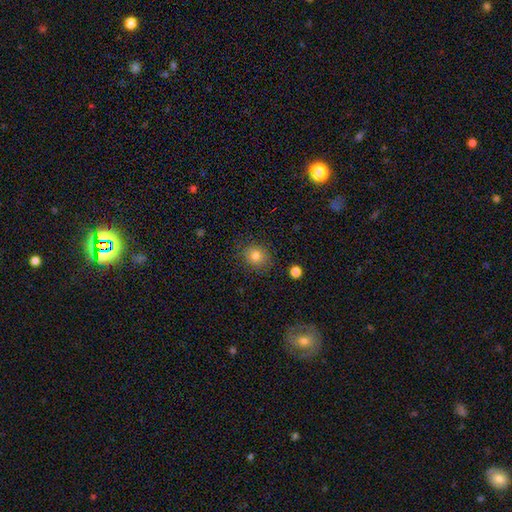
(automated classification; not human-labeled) Q: Smooth or featured?
A: smooth (80%); runner-up: star or artifact (11%)
Q: How rounded?
A: round (70%); runner-up: in between (29%)
Q: Merging?
A: none (82%); runner-up: minor disturbance (12%)